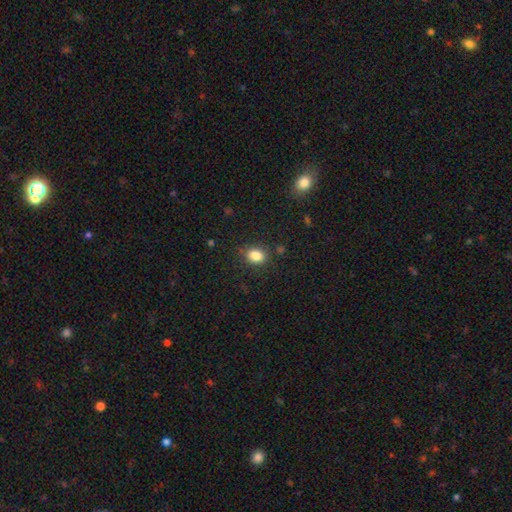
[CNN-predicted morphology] Smooth or featured? Predicted: smooth (p=0.84). How rounded? Predicted: in between (p=0.62). Merging? Predicted: none (p=0.83).